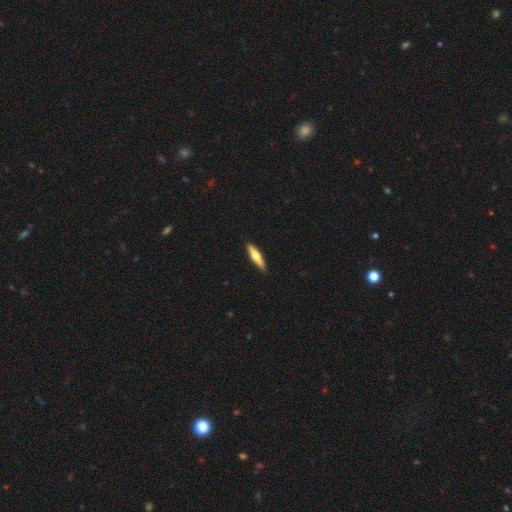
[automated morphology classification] A smooth galaxy with no disk features (57%) that is cigar-shaped (79%).

Vote fractions:
- Smooth or featured? smooth: 57% / featured or disk: 38% / star or artifact: 5%
- How rounded? cigar-shaped: 79% / in between: 20% / round: 2%
- Merging? none: 91% / minor disturbance: 7% / major disturbance: 1% / merger: 1%